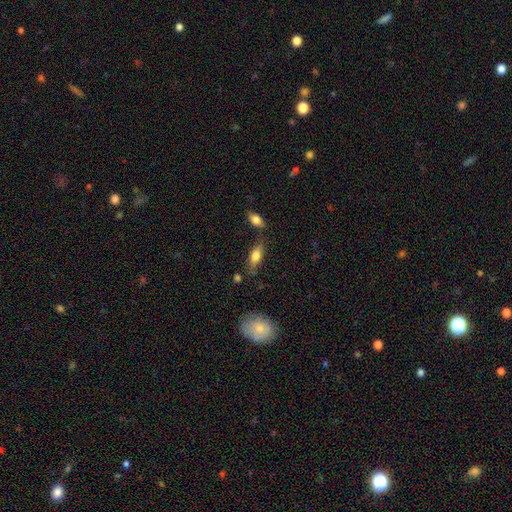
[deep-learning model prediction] This is likely a smooth galaxy (74%). How rounded: likely in between (78%). Merging: likely none (69%).